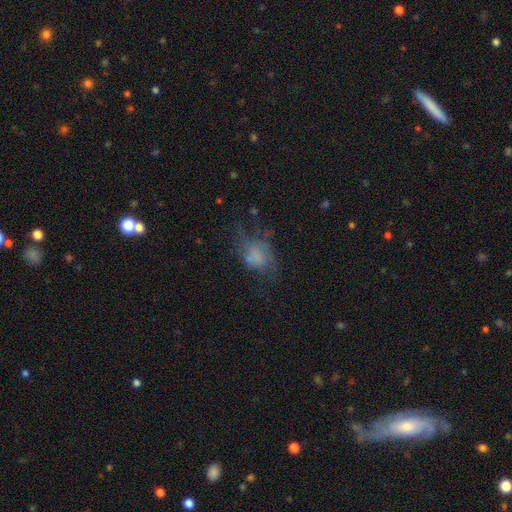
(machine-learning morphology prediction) A smooth galaxy with no disk features (51%) that is in between round and cigar-shaped (67%). Merging: major disturbance (37%).